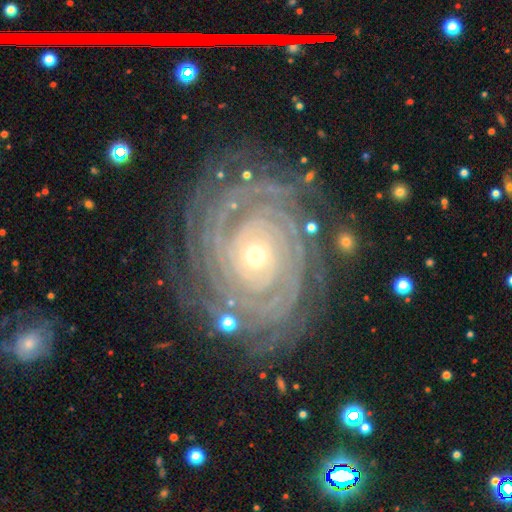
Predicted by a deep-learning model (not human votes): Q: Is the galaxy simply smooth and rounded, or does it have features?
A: featured or disk — 92%.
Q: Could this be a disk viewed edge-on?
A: no — 97%.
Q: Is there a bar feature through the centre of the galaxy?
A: no — 78%.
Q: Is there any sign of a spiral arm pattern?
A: yes — 98%.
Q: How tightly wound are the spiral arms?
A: tight — 89%.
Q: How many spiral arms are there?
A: more than 4 — 27%.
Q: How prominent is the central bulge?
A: small — 59%.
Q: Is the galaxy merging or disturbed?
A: none — 77%.